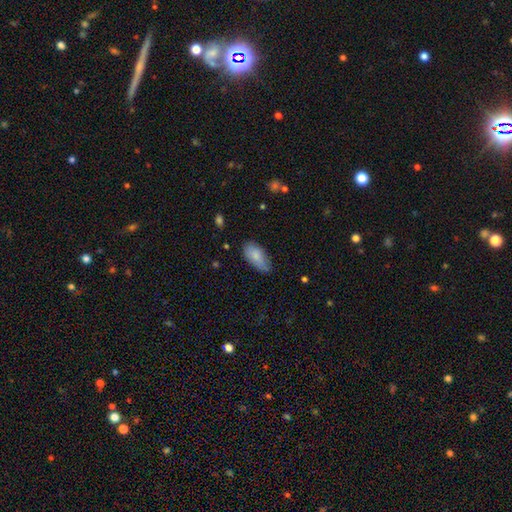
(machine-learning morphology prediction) smooth-or-featured: smooth: 83% | featured or disk: 11% | star or artifact: 6%
  how-rounded: in between: 90% | cigar-shaped: 8% | round: 2%
  merging: none: 67% | minor disturbance: 27% | major disturbance: 5% | merger: 2%